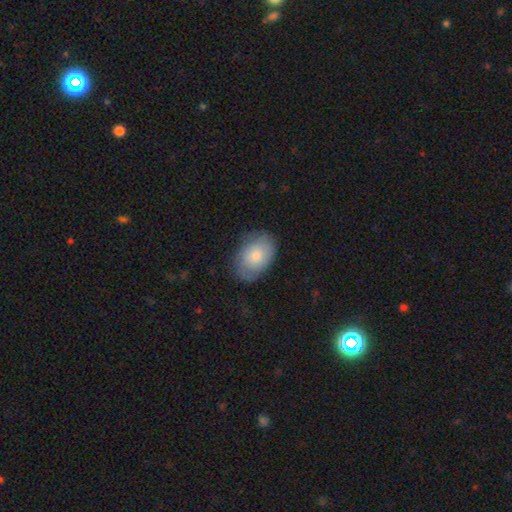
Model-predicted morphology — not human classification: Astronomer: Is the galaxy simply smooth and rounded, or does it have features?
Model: smooth — 73%.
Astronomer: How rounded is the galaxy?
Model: in between — 86%.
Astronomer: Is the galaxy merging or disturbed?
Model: none — 76%.